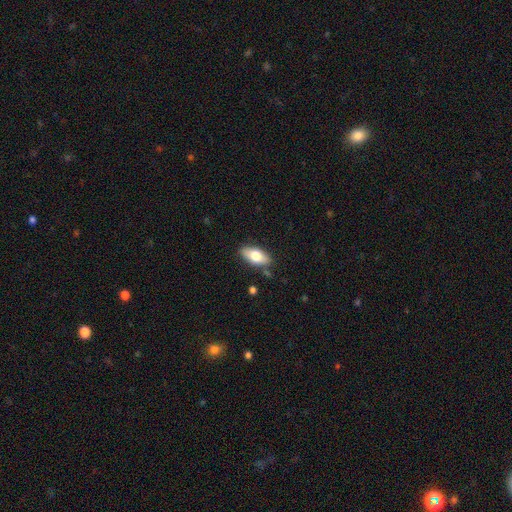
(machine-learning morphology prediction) smooth_or_featured: smooth (p=0.72) [alt: featured or disk p=0.21]
how_rounded: in between (p=0.88) [alt: cigar-shaped p=0.08]
merging: none (p=0.82) [alt: minor disturbance p=0.13]